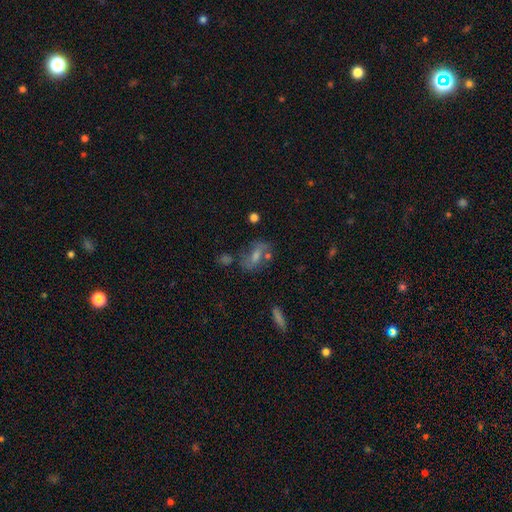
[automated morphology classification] Q: Smooth or featured?
A: featured or disk (49%); runner-up: smooth (33%)
Q: Merging?
A: none (63%); runner-up: minor disturbance (18%)